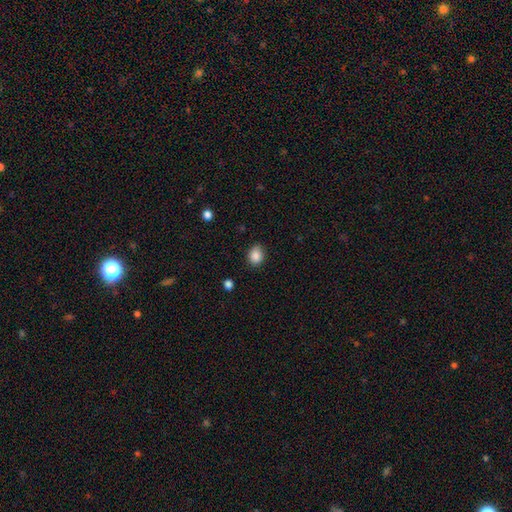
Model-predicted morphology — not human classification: type=smooth (87%); roundness=round (57%); merging=none (82%).